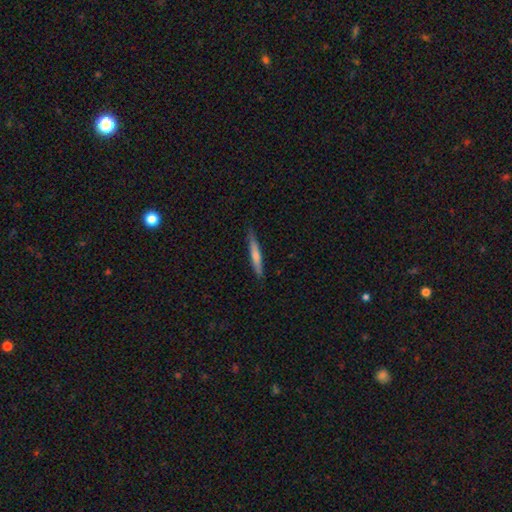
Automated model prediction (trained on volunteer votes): Q: Smooth or featured?
A: smooth (67%); runner-up: featured or disk (28%)
Q: How rounded?
A: cigar-shaped (95%); runner-up: in between (4%)
Q: Merging?
A: none (86%); runner-up: minor disturbance (11%)